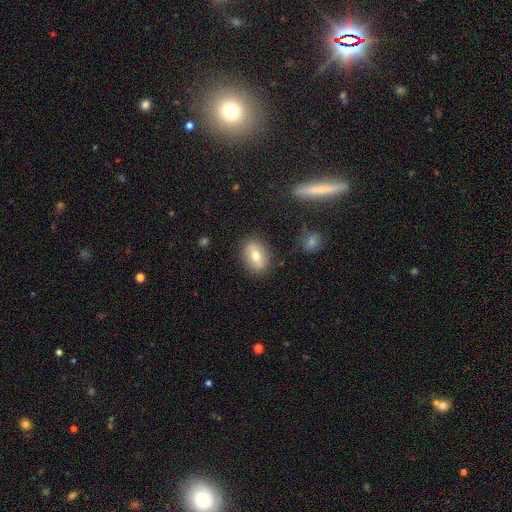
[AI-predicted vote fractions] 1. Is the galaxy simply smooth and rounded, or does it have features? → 64% smooth, 27% featured or disk, 9% star or artifact.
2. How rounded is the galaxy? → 76% in between, 21% round, 3% cigar-shaped.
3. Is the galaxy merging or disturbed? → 84% none, 11% minor disturbance, 3% major disturbance, 2% merger.